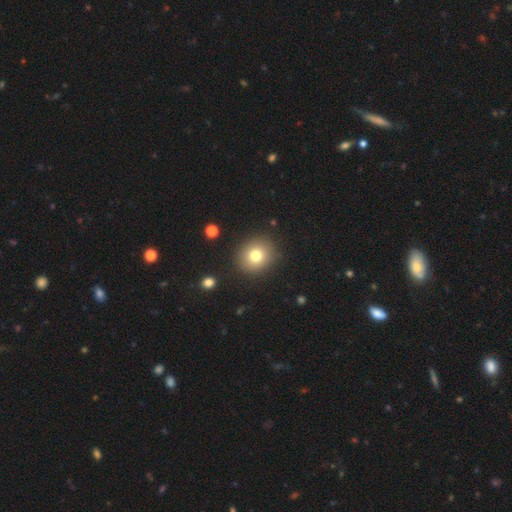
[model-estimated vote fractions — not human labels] This appears to be a smooth galaxy with no disk features (77%) that is round (81%). Merging: none (88%).